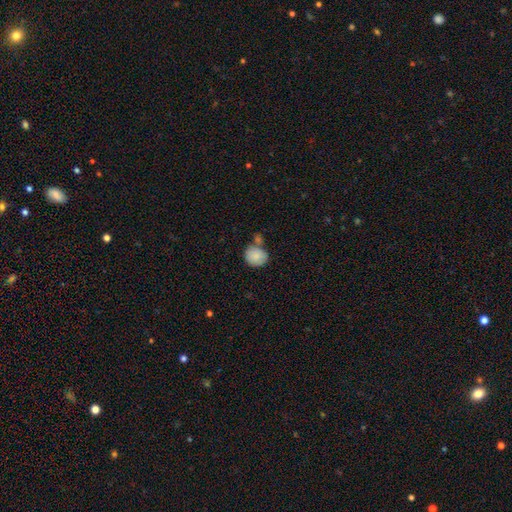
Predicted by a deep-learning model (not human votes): A smooth galaxy with no disk features (85%) that is round (76%).

Vote fractions:
- Smooth or featured? smooth: 85% / featured or disk: 8% / star or artifact: 7%
- How rounded? round: 76% / in between: 23% / cigar-shaped: 1%
- Merging? none: 56% / merger: 24% / minor disturbance: 16% / major disturbance: 4%